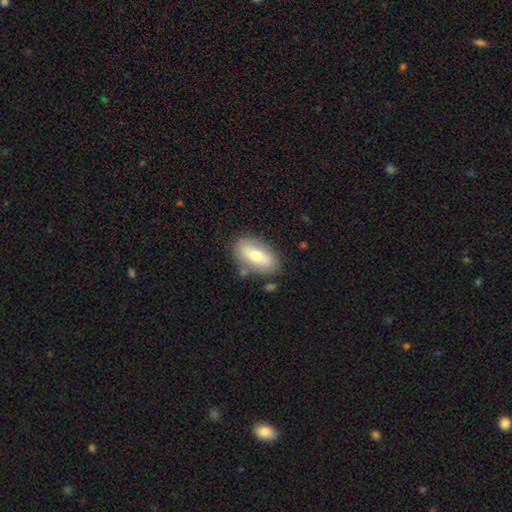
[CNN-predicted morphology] A smooth galaxy with no disk features (64%) that is in between round and cigar-shaped (87%). Merging: none (80%).